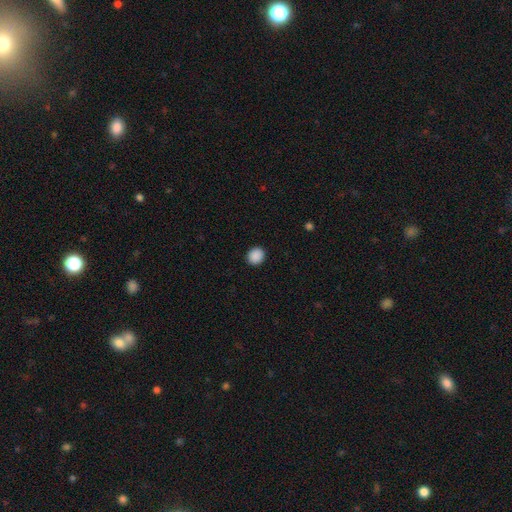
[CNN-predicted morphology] type=smooth (90%); roundness=round (80%); merging=none (92%).